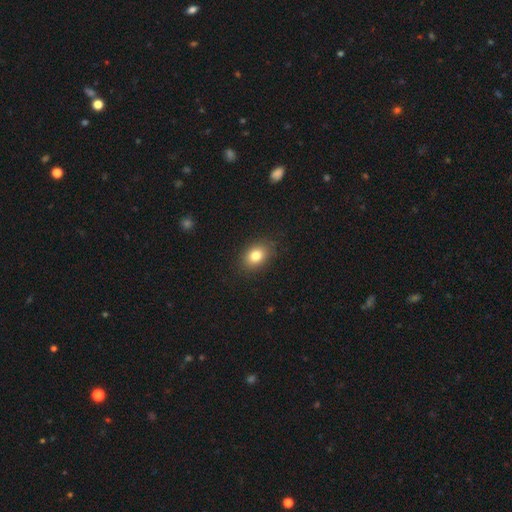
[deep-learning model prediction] Q: Smooth or featured?
A: smooth (81%); runner-up: star or artifact (10%)
Q: How rounded?
A: in between (69%); runner-up: round (30%)
Q: Merging?
A: none (87%); runner-up: minor disturbance (9%)